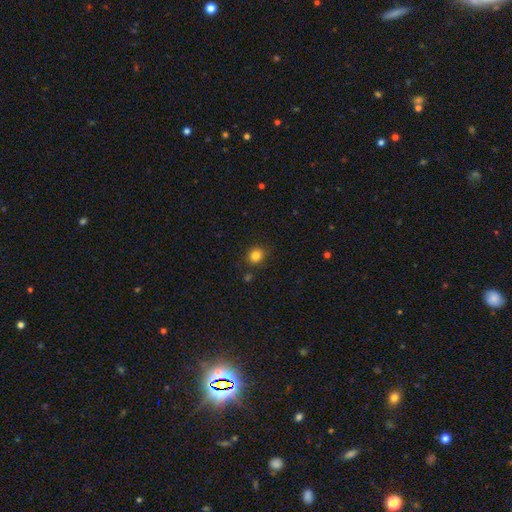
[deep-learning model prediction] A smooth galaxy with no disk features (83%) that is round (83%).

Vote fractions:
- Smooth or featured? smooth: 83% / star or artifact: 12% / featured or disk: 5%
- How rounded? round: 83% / in between: 17% / cigar-shaped: 1%
- Merging? none: 86% / minor disturbance: 9% / major disturbance: 2% / merger: 2%